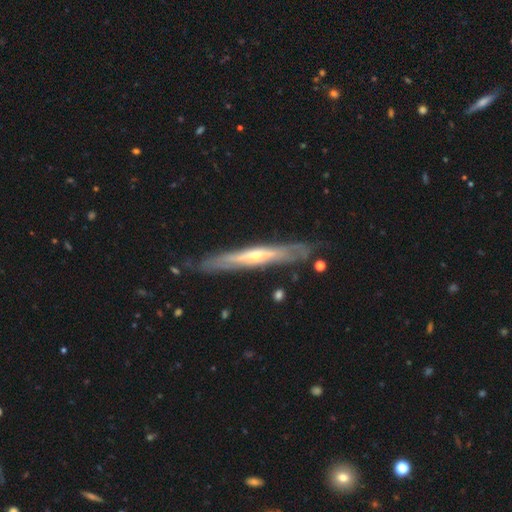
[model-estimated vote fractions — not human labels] Overall: featured or disk (74%). Edge-on disk: yes (77%). Edge-on bulge: rounded (75%). Merging: none (78%).